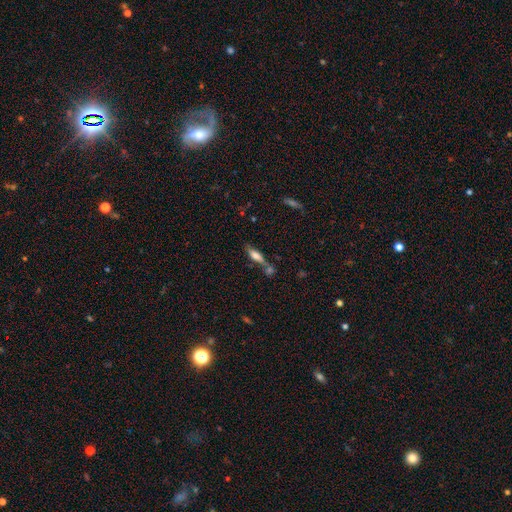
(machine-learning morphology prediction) smooth_or_featured: smooth (p=0.57) [alt: featured or disk p=0.34]
how_rounded: cigar-shaped (p=0.52) [alt: in between p=0.45]
merging: none (p=0.53) [alt: merger p=0.26]